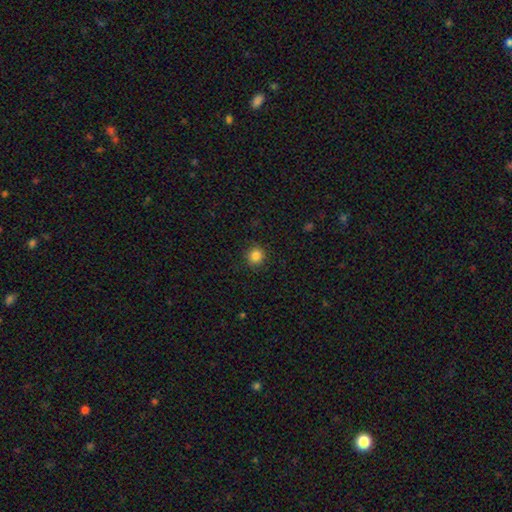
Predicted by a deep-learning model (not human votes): Overall: smooth (84%). How rounded: round (92%). Merging: none (90%).